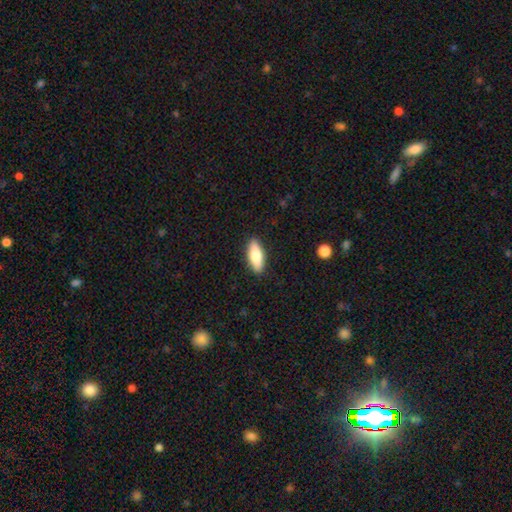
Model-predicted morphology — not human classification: Smooth or featured? Predicted: smooth (p=0.78). How rounded? Predicted: in between (p=0.71). Merging? Predicted: none (p=0.89).